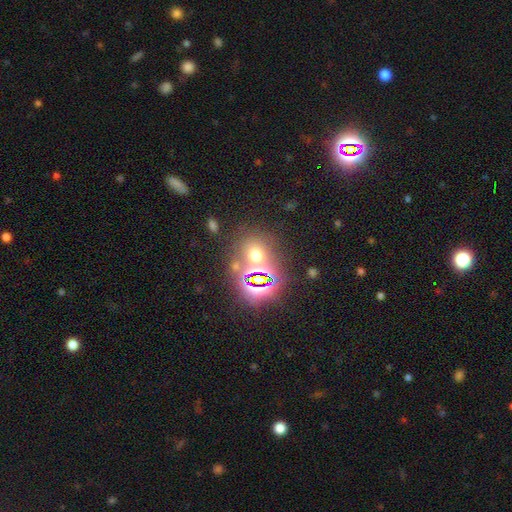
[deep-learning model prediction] Smooth or featured?
  - smooth: 46% *
  - star or artifact: 44%
  - featured or disk: 10%
Merging?
  - none: 66% *
  - merger: 19%
  - minor disturbance: 10%
  - major disturbance: 6%